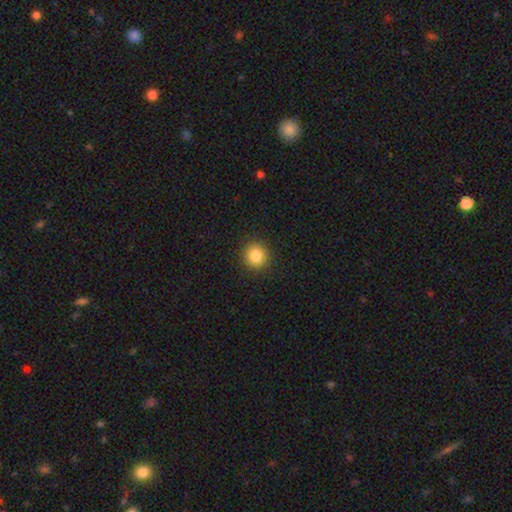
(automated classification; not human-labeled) A smooth galaxy with no disk features (85%) that is round (92%).

Vote fractions:
- Smooth or featured? smooth: 85% / star or artifact: 10% / featured or disk: 5%
- How rounded? round: 92% / in between: 7% / cigar-shaped: 1%
- Merging? none: 92% / minor disturbance: 6% / major disturbance: 2% / merger: 1%